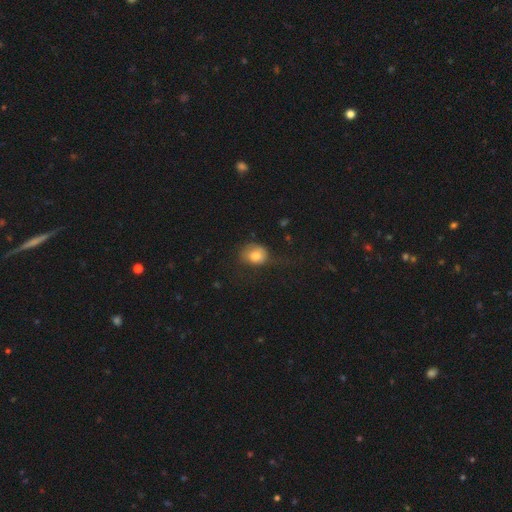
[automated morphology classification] Smooth or featured? smooth (75%)
How rounded? round (57%)
Merging? none (45%)